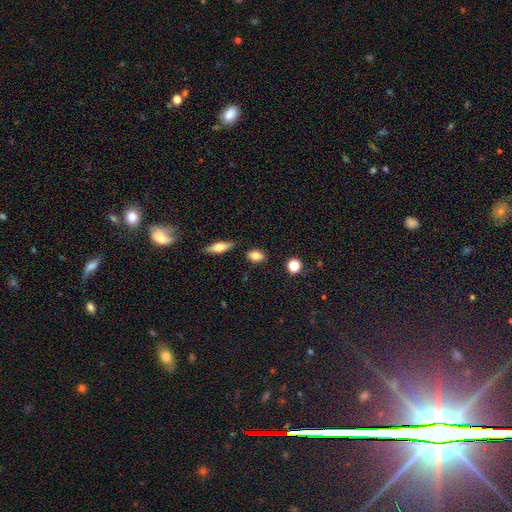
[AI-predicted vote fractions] Smooth or featured: smooth — 78% (featured or disk — 13%)
How rounded: in between — 77% (round — 18%)
Merging: none — 83% (minor disturbance — 11%)